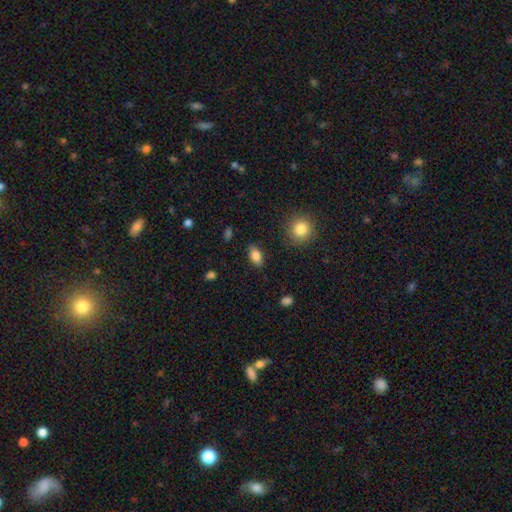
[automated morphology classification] This is clearly a smooth galaxy (84%). How rounded: clearly in between (89%). Merging: clearly none (85%).